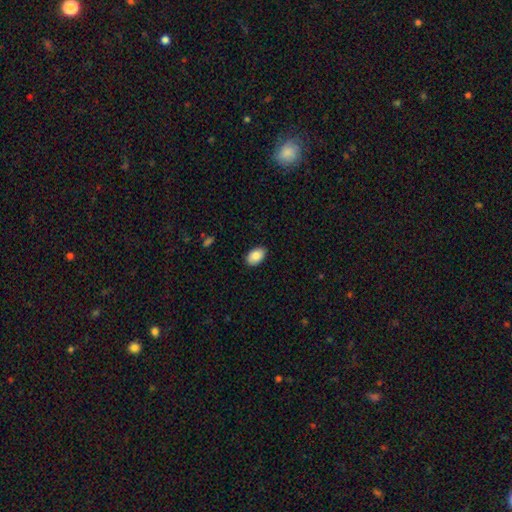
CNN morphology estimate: smooth_or_featured: smooth (p=0.86) [alt: featured or disk p=0.07]
how_rounded: in between (p=0.91) [alt: round p=0.08]
merging: none (p=0.88) [alt: minor disturbance p=0.09]